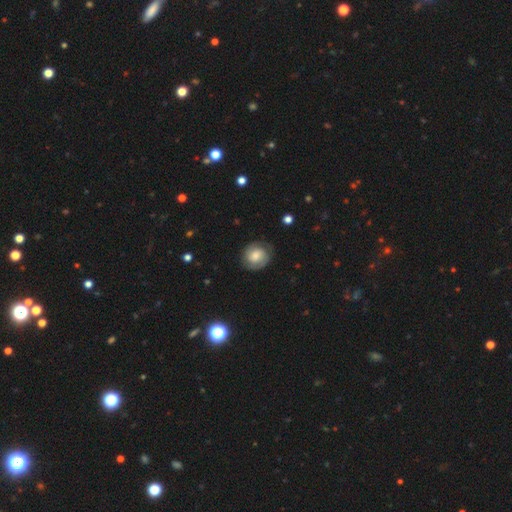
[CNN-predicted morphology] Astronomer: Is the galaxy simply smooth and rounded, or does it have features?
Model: featured or disk — 54% (runner-up: smooth, 39%).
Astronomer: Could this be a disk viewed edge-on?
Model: no — 97%.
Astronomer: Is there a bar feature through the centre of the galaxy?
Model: no — 66%.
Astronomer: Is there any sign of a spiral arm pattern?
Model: yes — 85%.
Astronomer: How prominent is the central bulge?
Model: moderate — 43% (runner-up: small, 27%).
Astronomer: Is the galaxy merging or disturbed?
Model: none — 79%.